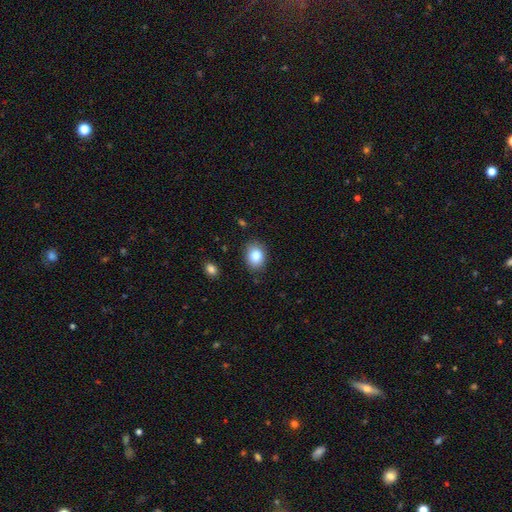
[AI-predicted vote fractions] smooth 83%, star or artifact 9%, featured or disk 8%. Down the decision tree: how rounded — in between (60%); merging — none (84%).